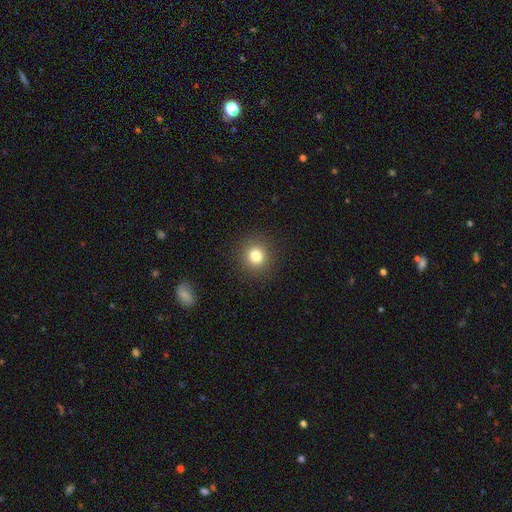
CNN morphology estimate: Smooth or featured: smooth — 81% (star or artifact — 12%)
How rounded: round — 92% (in between — 7%)
Merging: none — 91% (minor disturbance — 6%)